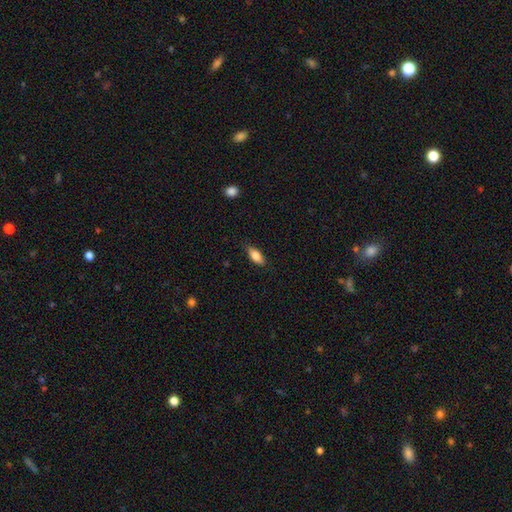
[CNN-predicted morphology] Smooth or featured? smooth (78%)
How rounded? in between (81%)
Merging? none (82%)